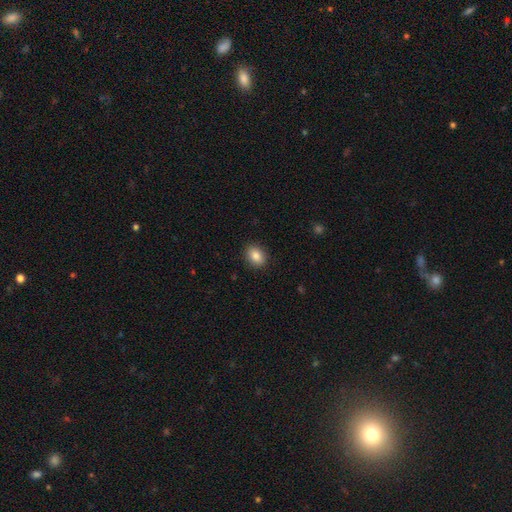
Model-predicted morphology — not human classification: Overall: smooth (86%). How rounded: in between (62%; round 37%). Merging: none (90%).